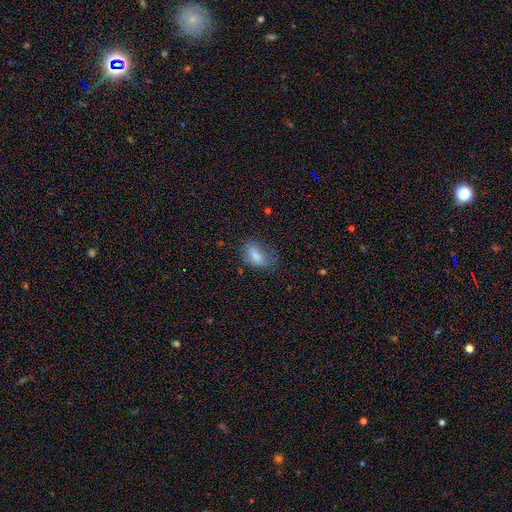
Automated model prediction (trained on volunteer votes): This appears to be a smooth galaxy with no disk features (68%) that is in between round and cigar-shaped (86%). Merging: none (51%).